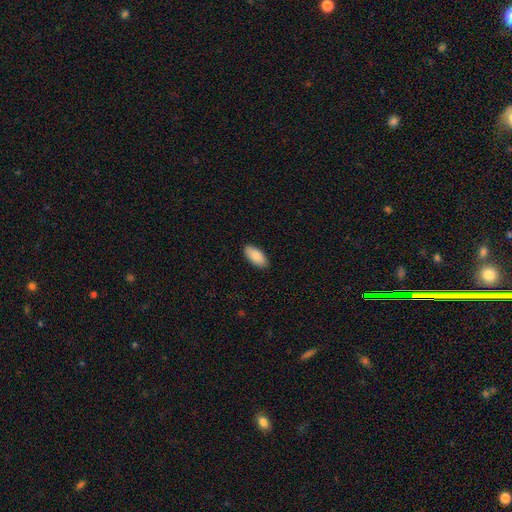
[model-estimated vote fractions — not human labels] A smooth galaxy with no disk features (89%) that is in between round and cigar-shaped (91%).

Vote fractions:
- Smooth or featured? smooth: 89% / star or artifact: 6% / featured or disk: 6%
- How rounded? in between: 91% / cigar-shaped: 7% / round: 2%
- Merging? none: 88% / minor disturbance: 9% / major disturbance: 2% / merger: 1%